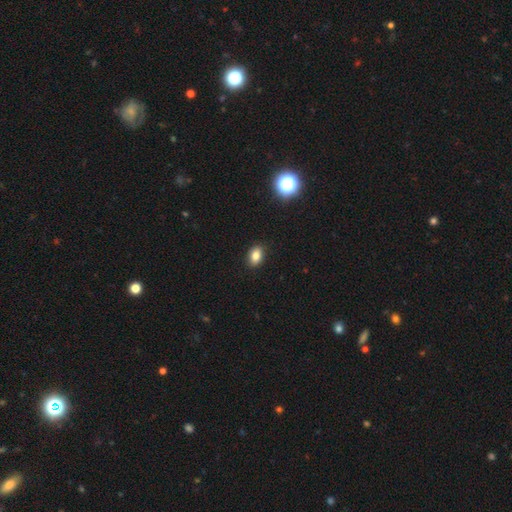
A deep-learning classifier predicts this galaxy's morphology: type=smooth (82%); roundness=in between (83%); merging=none (90%).